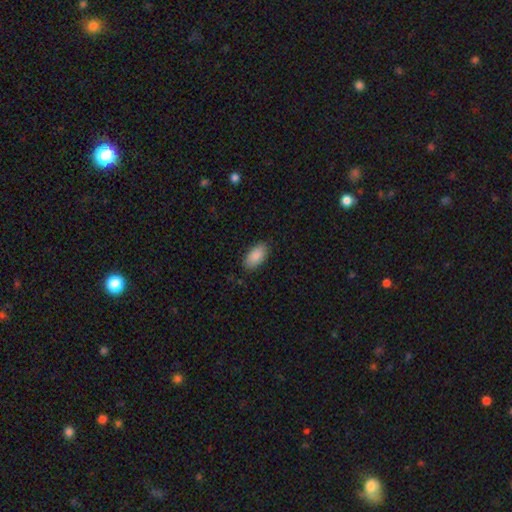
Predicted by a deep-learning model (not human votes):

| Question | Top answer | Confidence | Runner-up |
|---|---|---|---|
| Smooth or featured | smooth | 89% | star or artifact (6%) |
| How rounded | in between | 94% | cigar-shaped (3%) |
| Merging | none | 87% | minor disturbance (10%) |